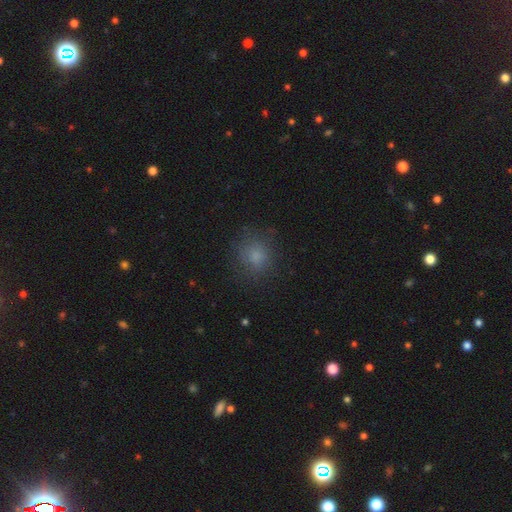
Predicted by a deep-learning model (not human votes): Smooth or featured: smooth — 78% (star or artifact — 14%)
How rounded: round — 79% (in between — 20%)
Merging: none — 79% (minor disturbance — 14%)